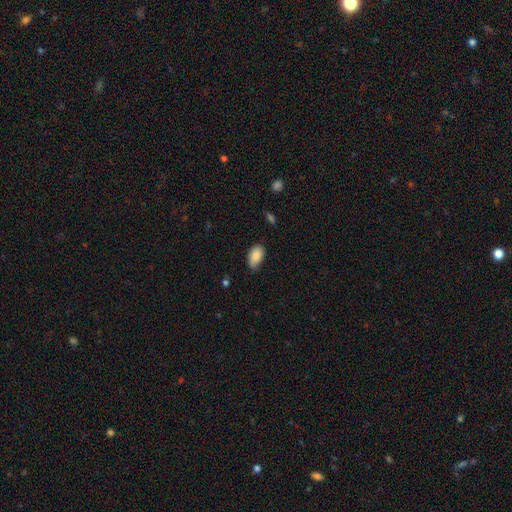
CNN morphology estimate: The model was most divided on "merging": none: 63%, minor disturbance: 31%, major disturbance: 5%, merger: 1%. More confident: how rounded — in between (92%); smooth or featured — smooth (86%).